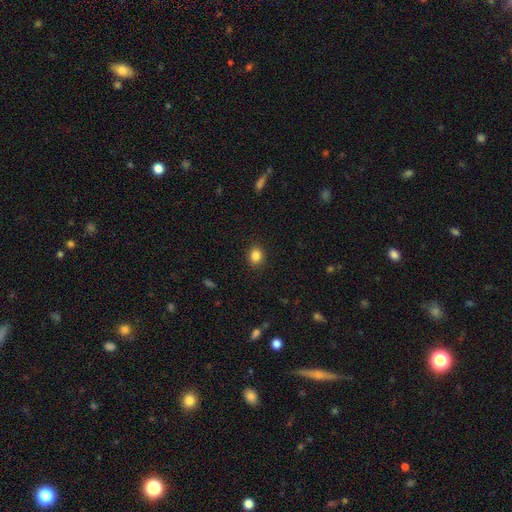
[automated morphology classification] Smooth or featured: smooth — 84% (star or artifact — 11%)
How rounded: round — 64% (in between — 35%)
Merging: none — 90% (minor disturbance — 7%)